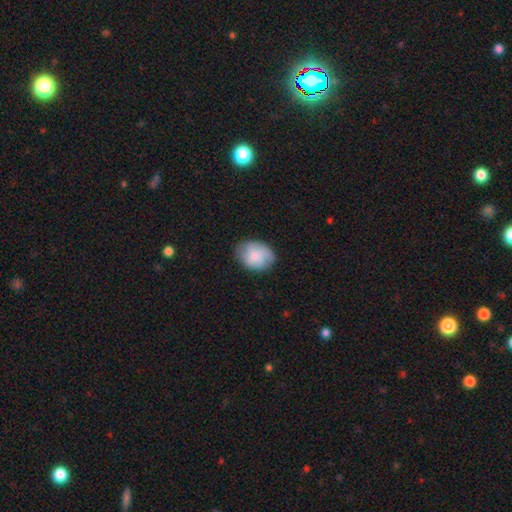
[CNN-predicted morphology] The model was most divided on "how rounded": in between: 60%, round: 39%, cigar-shaped: 1%. More confident: merging — none (72%); smooth or featured — smooth (67%).